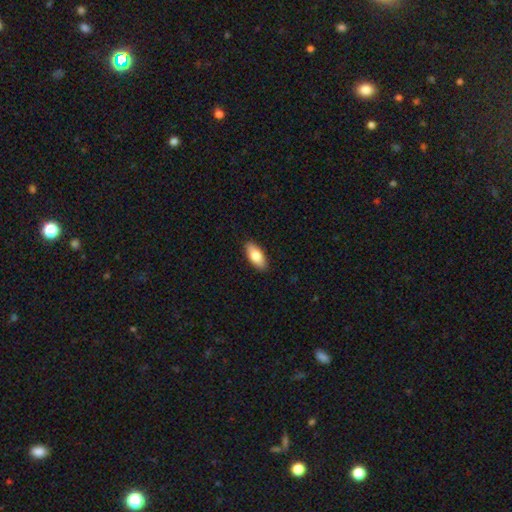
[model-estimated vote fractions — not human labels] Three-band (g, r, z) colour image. It shows a smooth galaxy with no disk features (79%) that is in between round and cigar-shaped (86%). Merging: none (89%).